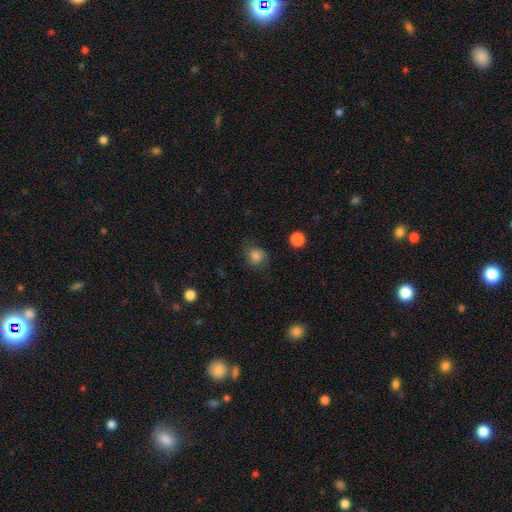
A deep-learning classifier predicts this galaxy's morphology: This appears to be a smooth galaxy with no disk features (76%) that is round (71%). Merging: none (63%).